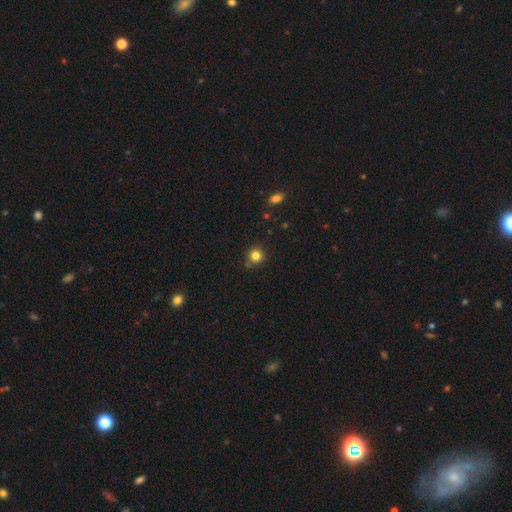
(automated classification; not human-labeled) Morphology: type=smooth (82%); roundness=round (93%); merging=none (85%).